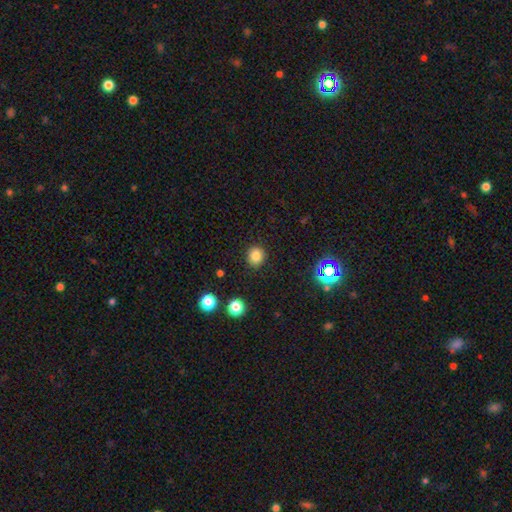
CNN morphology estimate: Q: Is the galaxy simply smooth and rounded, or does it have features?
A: smooth — 82%.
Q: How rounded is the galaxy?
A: round — 83%.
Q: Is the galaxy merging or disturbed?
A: none — 90%.